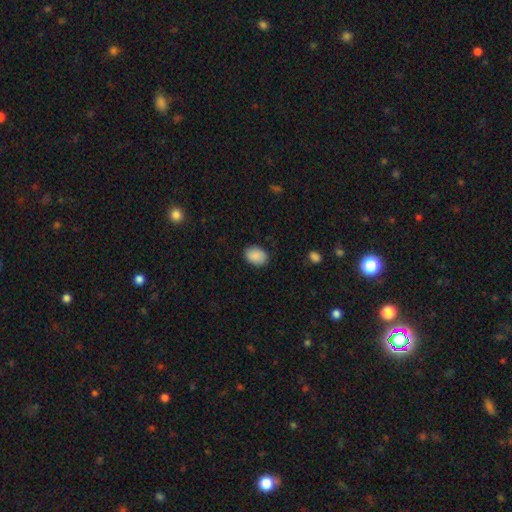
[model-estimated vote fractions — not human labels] A smooth galaxy with no disk features (89%) that is in between round and cigar-shaped (69%).

Vote fractions:
- Smooth or featured? smooth: 89% / star or artifact: 7% / featured or disk: 4%
- How rounded? in between: 69% / round: 30% / cigar-shaped: 1%
- Merging? none: 85% / minor disturbance: 12% / major disturbance: 3% / merger: 1%